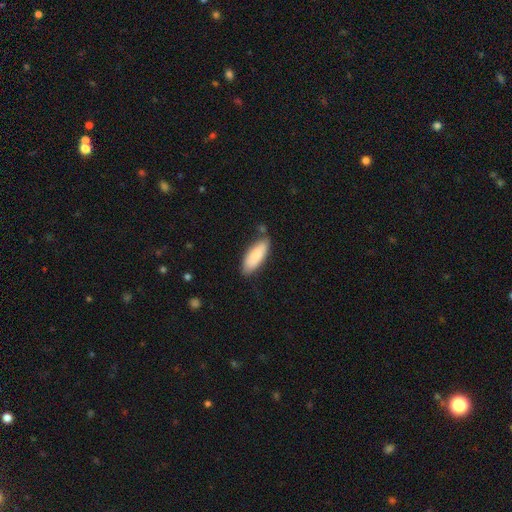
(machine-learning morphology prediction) Overall: smooth (86%). How rounded: in between (69%). Merging: none (73%).